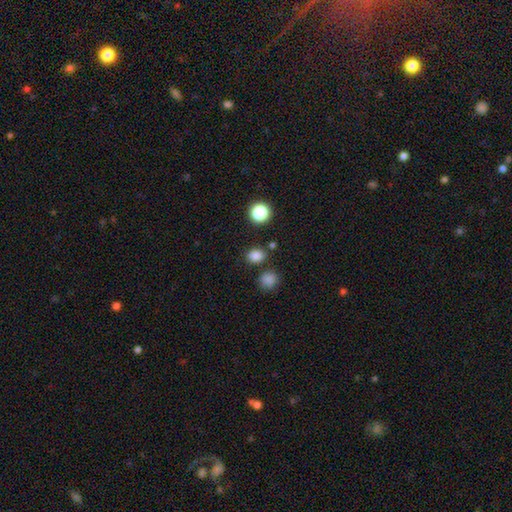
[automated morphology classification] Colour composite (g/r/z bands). It shows a smooth galaxy with no disk features (81%) that is round (53%). Merging: none (80%).